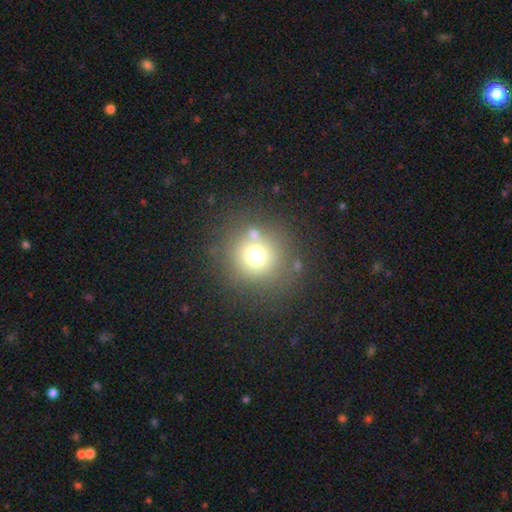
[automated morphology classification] This appears to be a smooth galaxy with no disk features (69%) that is round (92%). Merging: none (75%).